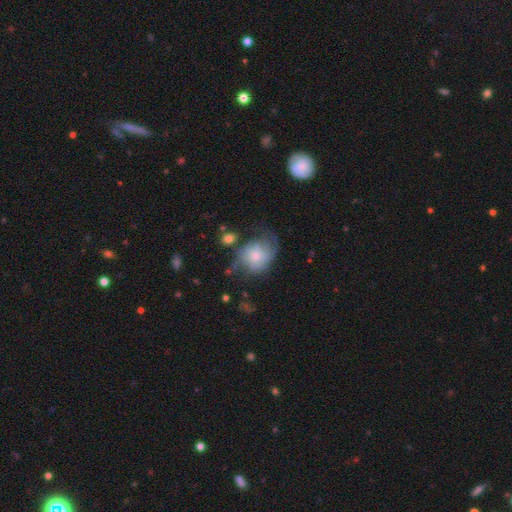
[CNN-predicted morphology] A featured or disk galaxy (49%).

Vote fractions:
- Smooth or featured? featured or disk: 49% / smooth: 42% / star or artifact: 9%
- Merging? none: 36% / major disturbance: 31% / minor disturbance: 28% / merger: 5%